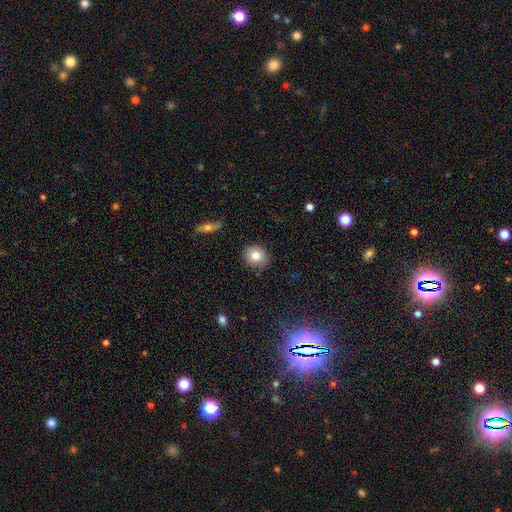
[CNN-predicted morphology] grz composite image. It shows a smooth galaxy with no disk features (80%) that is round (76%). Merging: none (86%).